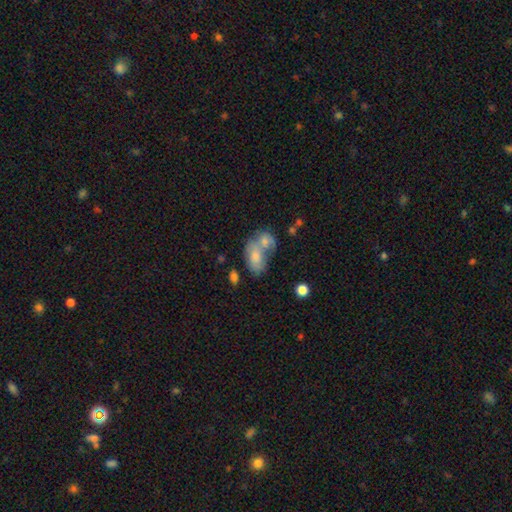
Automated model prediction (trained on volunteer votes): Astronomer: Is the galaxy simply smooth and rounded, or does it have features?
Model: smooth — 64%.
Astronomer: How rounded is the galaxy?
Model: in between — 82%.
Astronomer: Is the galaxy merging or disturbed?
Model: merger — 59%.